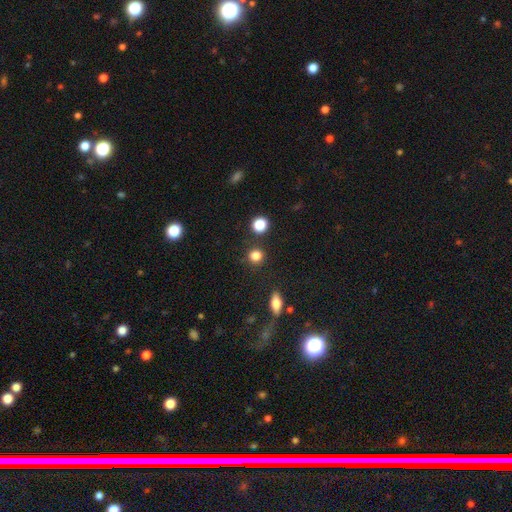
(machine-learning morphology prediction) smooth-or-featured: smooth: 83% | star or artifact: 12% | featured or disk: 5%
  how-rounded: round: 90% | in between: 9% | cigar-shaped: 1%
  merging: none: 87% | minor disturbance: 7% | merger: 4% | major disturbance: 3%